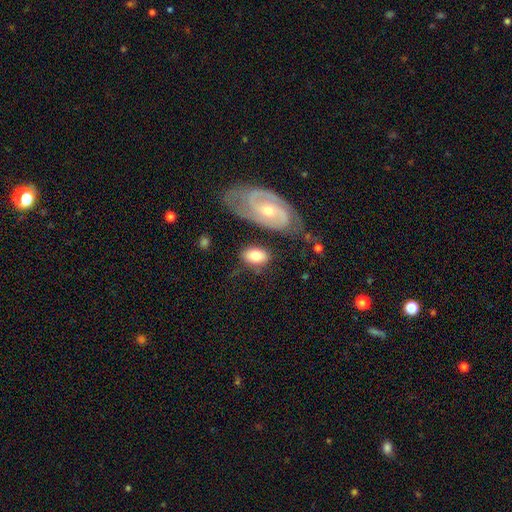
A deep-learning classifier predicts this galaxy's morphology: A smooth galaxy with no disk features (68%) that is in between round and cigar-shaped (87%).

Vote fractions:
- Smooth or featured? smooth: 68% / featured or disk: 26% / star or artifact: 7%
- How rounded? in between: 87% / round: 11% / cigar-shaped: 2%
- Merging? none: 58% / minor disturbance: 21% / merger: 12% / major disturbance: 8%